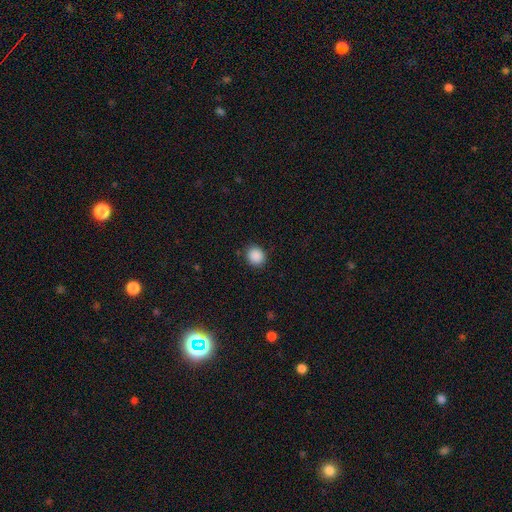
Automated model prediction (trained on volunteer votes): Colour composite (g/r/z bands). It shows a smooth galaxy with no disk features (89%) that is round (80%). Merging: none (89%).